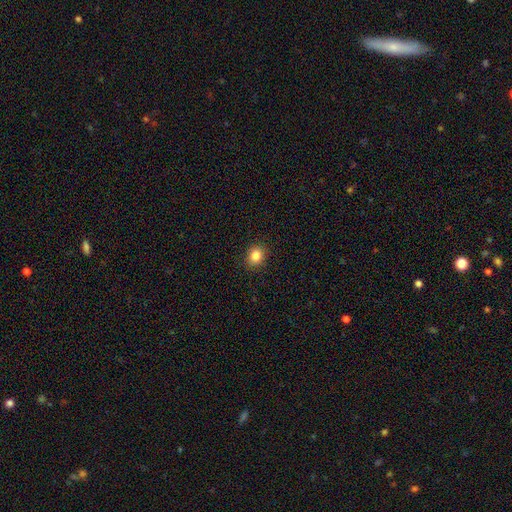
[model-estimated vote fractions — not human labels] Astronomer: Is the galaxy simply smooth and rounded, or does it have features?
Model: smooth — 84%.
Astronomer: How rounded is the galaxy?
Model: round — 69%.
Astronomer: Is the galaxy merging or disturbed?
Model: none — 90%.